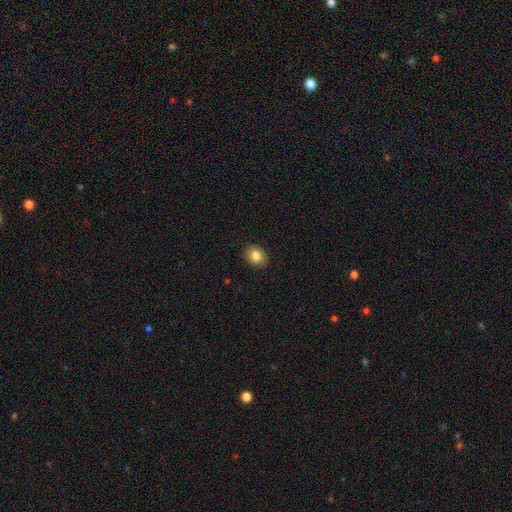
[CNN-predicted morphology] A smooth galaxy with no disk features (82%) that is in between round and cigar-shaped (58%). Merging: none (90%).